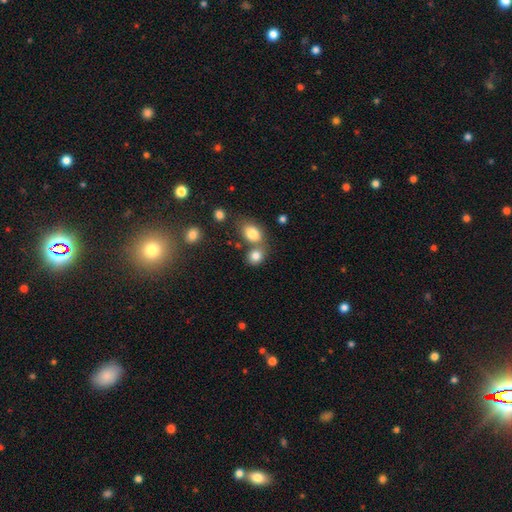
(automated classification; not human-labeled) Q: Smooth or featured?
A: smooth (82%); runner-up: star or artifact (10%)
Q: How rounded?
A: round (54%); runner-up: in between (45%)
Q: Merging?
A: none (48%); runner-up: merger (39%)